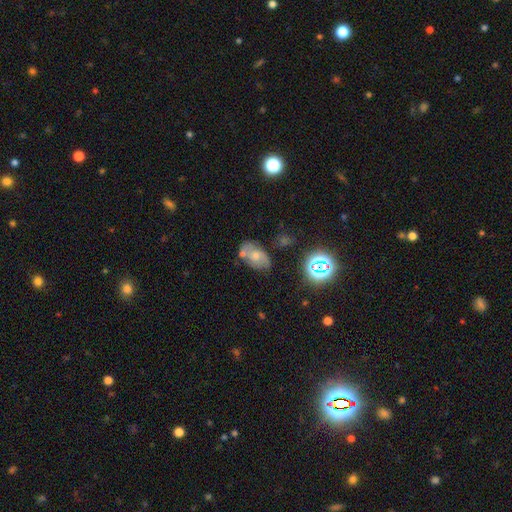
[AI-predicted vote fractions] Q: Smooth or featured?
A: smooth (46%); runner-up: featured or disk (38%)
Q: Merging?
A: none (49%); runner-up: minor disturbance (22%)